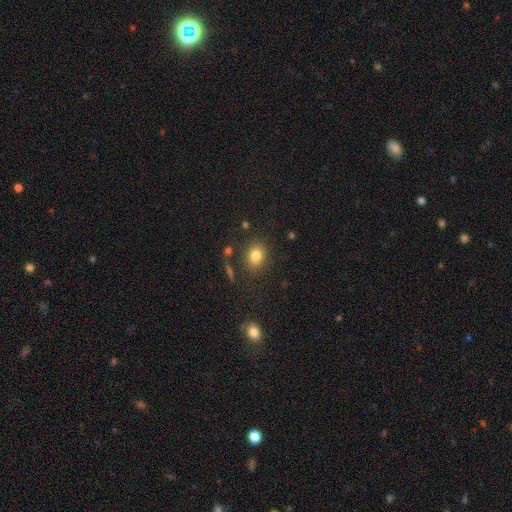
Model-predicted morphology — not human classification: This is clearly a smooth galaxy (81%). How rounded: possibly in between (59%). Merging: likely none (80%).